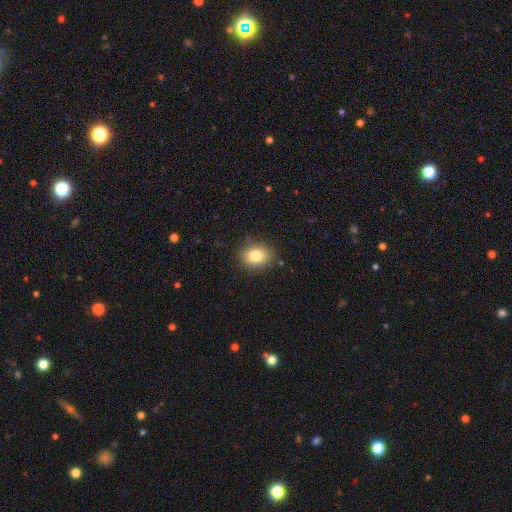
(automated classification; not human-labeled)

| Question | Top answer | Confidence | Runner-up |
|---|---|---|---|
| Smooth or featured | smooth | 82% | star or artifact (10%) |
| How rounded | round | 54% | in between (45%) |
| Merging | none | 85% | minor disturbance (10%) |